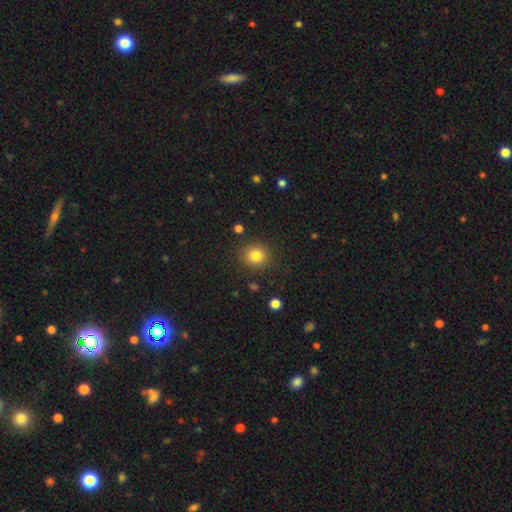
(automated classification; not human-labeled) Smooth or featured? smooth (82%)
How rounded? round (87%)
Merging? none (88%)